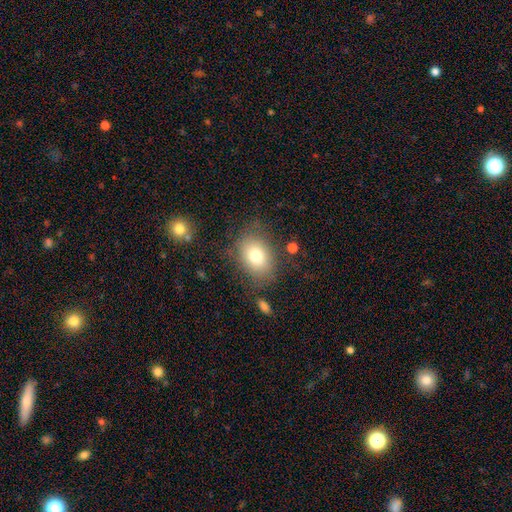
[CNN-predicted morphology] The model was most divided on "how rounded": in between: 66%, round: 33%, cigar-shaped: 1%. More confident: smooth or featured — smooth (77%); merging — none (74%).